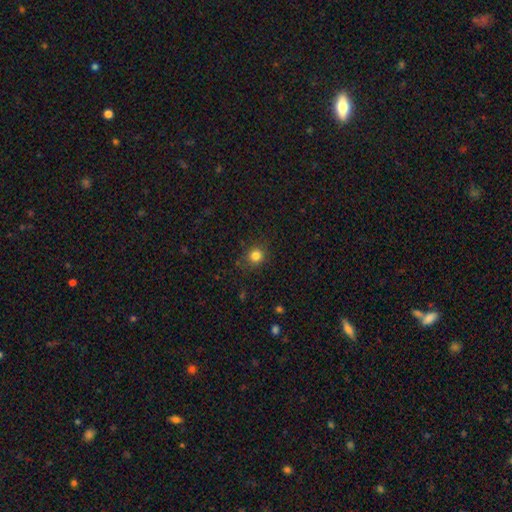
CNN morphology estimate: A smooth galaxy with no disk features (82%) that is round (82%). Merging: none (83%).